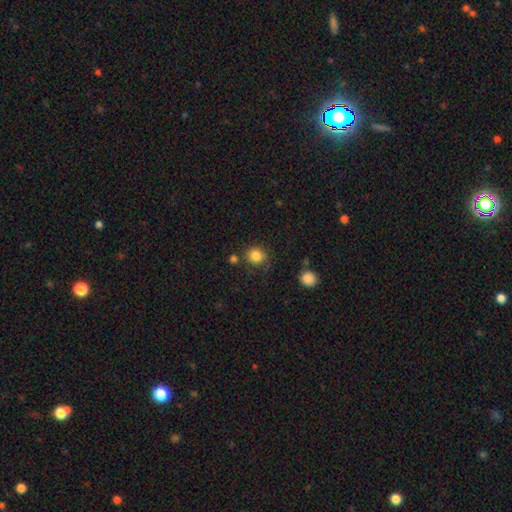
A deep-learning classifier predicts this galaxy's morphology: Smooth or featured?
  - smooth: 84% *
  - star or artifact: 10%
  - featured or disk: 6%
How rounded?
  - round: 81% *
  - in between: 18%
  - cigar-shaped: 1%
Merging?
  - none: 73% *
  - minor disturbance: 15%
  - merger: 7%
  - major disturbance: 6%